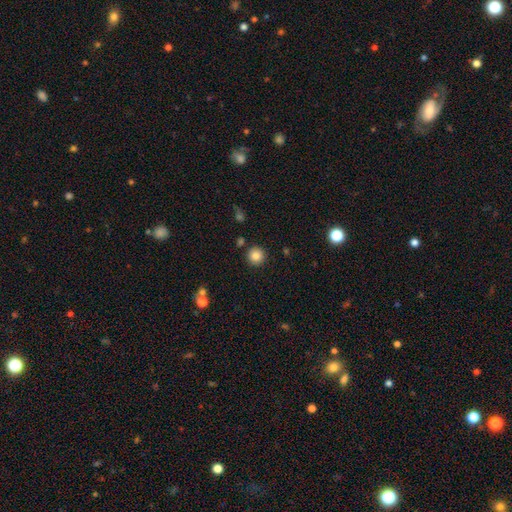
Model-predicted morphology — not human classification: Overall: smooth (85%). How rounded: round (95%). Merging: none (89%).